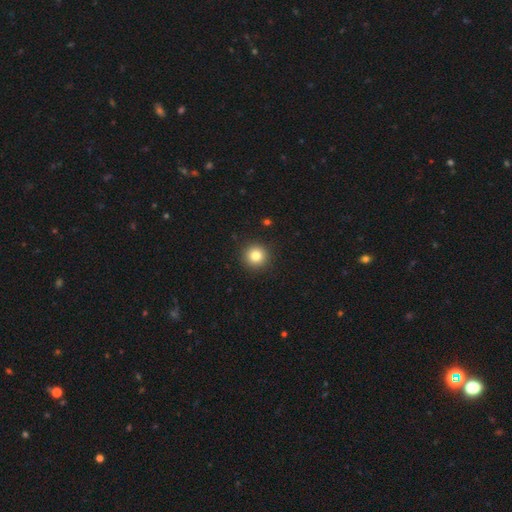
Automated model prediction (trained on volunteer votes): smooth-or-featured: smooth: 82% | star or artifact: 11% | featured or disk: 7%
  how-rounded: round: 95% | in between: 4% | cigar-shaped: 1%
  merging: none: 92% | minor disturbance: 5% | major disturbance: 2% | merger: 1%